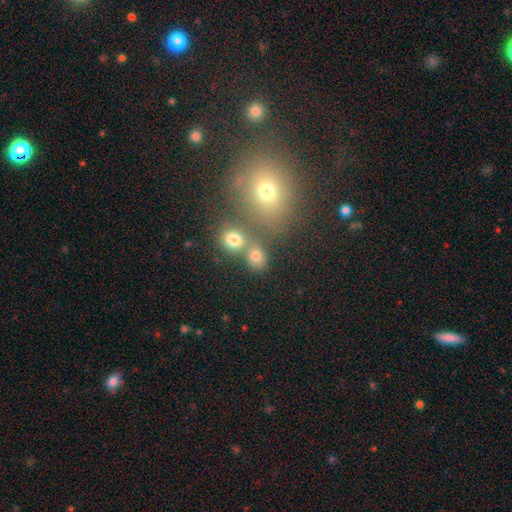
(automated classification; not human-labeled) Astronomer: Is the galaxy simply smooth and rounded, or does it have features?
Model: smooth — 74%.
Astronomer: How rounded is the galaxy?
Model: round — 68%.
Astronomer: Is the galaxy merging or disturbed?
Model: none — 56%.